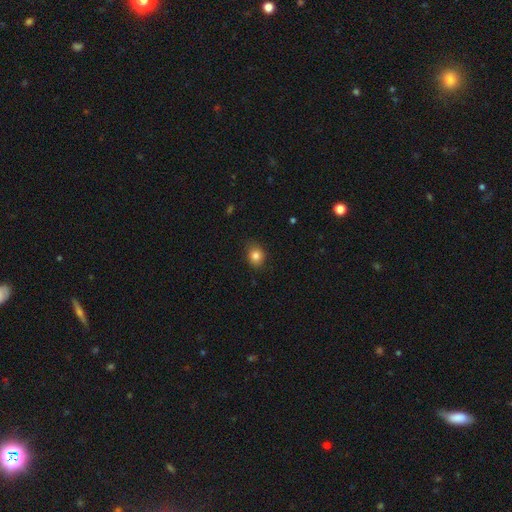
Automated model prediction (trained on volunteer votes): Morphology: type=smooth (83%); roundness=round (61%); merging=none (82%).